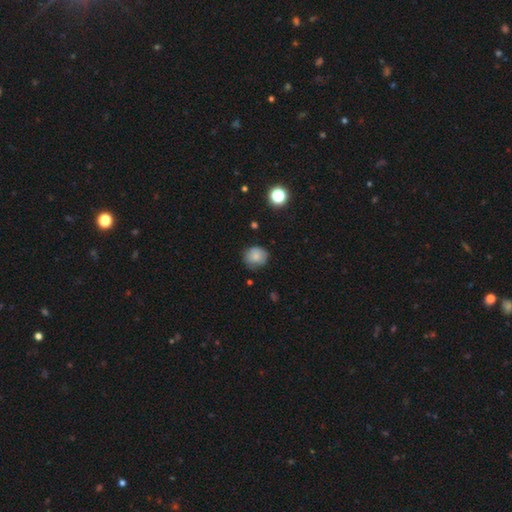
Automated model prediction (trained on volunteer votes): Morphology: type=smooth (80%); roundness=round (81%); merging=none (73%).